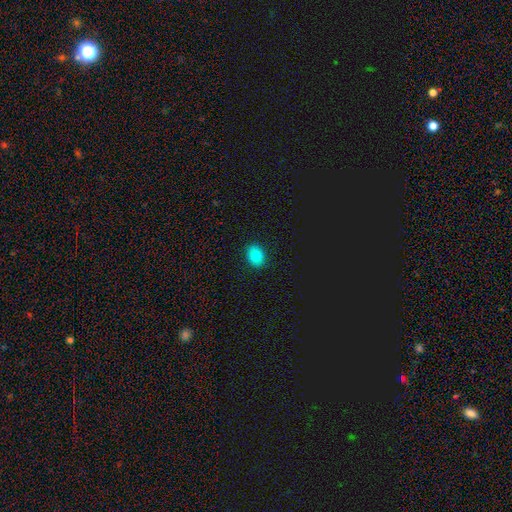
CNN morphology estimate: Q: Smooth or featured?
A: smooth (85%); runner-up: star or artifact (11%)
Q: How rounded?
A: in between (73%); runner-up: round (26%)
Q: Merging?
A: none (89%); runner-up: minor disturbance (8%)